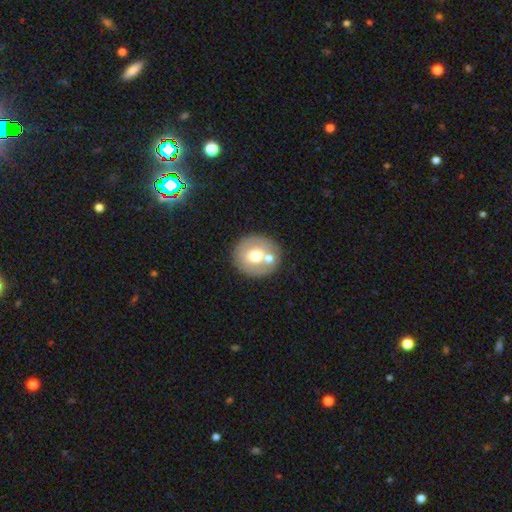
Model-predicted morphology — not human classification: smooth-or-featured: smooth: 60% | featured or disk: 31% | star or artifact: 9%
  how-rounded: round: 87% | in between: 12% | cigar-shaped: 1%
  merging: none: 67% | merger: 20% | minor disturbance: 10% | major disturbance: 4%